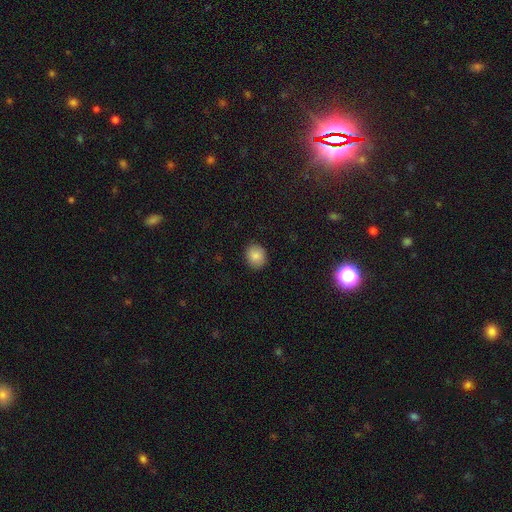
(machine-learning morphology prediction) smooth_or_featured: smooth (p=0.87) [alt: star or artifact p=0.09]
how_rounded: round (p=0.69) [alt: in between p=0.30]
merging: none (p=0.89) [alt: minor disturbance p=0.08]